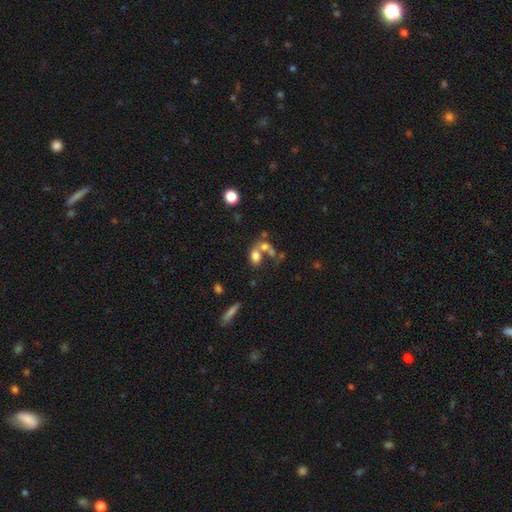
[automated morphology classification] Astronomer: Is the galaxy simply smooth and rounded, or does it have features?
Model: smooth — 71%.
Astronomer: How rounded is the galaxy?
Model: in between — 75%.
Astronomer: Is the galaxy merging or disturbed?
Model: merger — 51% (runner-up: none, 31%).